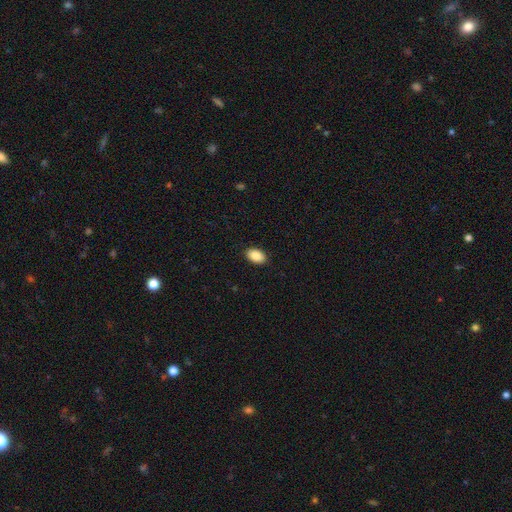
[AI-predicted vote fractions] Smooth or featured? Predicted: smooth (p=0.89). How rounded? Predicted: in between (p=0.91). Merging? Predicted: none (p=0.90).